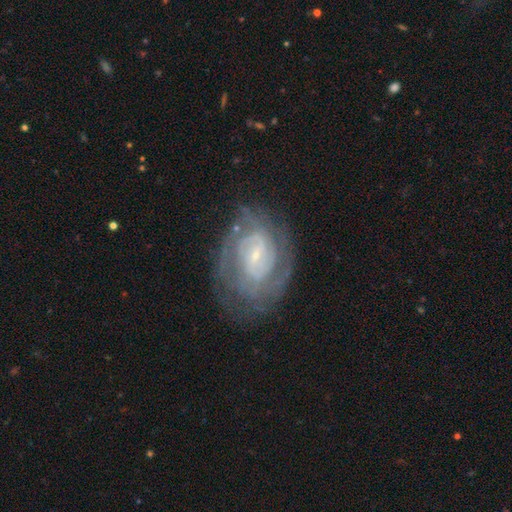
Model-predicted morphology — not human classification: This appears to be a featured or disk galaxy (82%) with no bar (44%), tight (63%) spiral arms (90%) and a small central bulge (82%). Merging: none (71%).